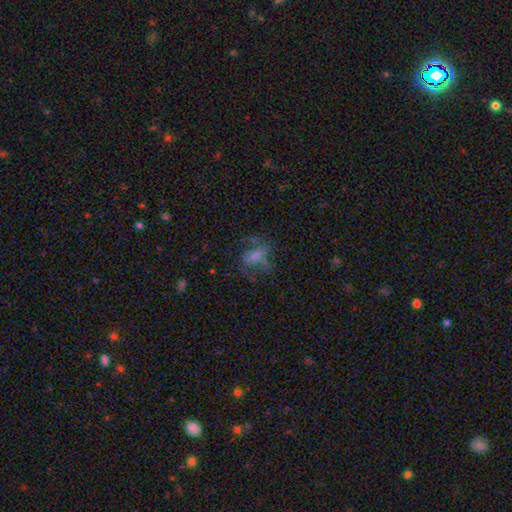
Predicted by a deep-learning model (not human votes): Smooth or featured? Predicted: smooth (p=0.45). Merging? Predicted: none (p=0.44).